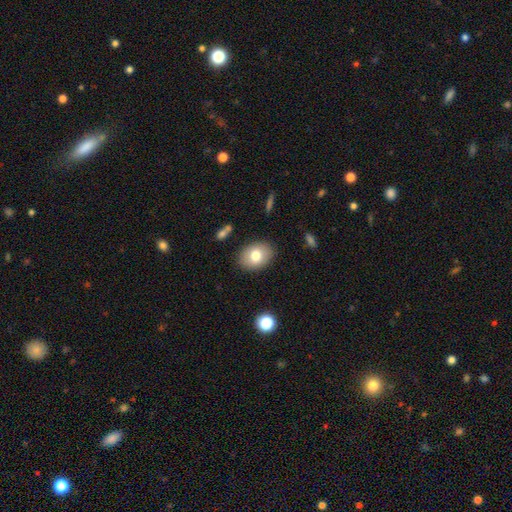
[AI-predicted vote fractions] The model was most divided on "how rounded": in between: 72%, round: 27%, cigar-shaped: 1%. More confident: merging — none (86%); smooth or featured — smooth (76%).